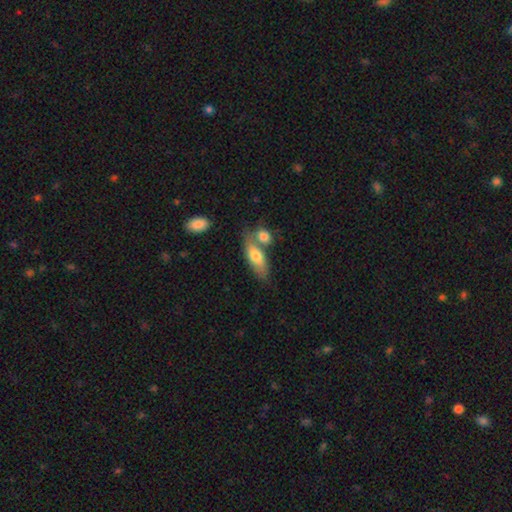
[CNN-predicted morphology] Smooth or featured? smooth (72%)
How rounded? in between (75%)
Merging? none (43%)